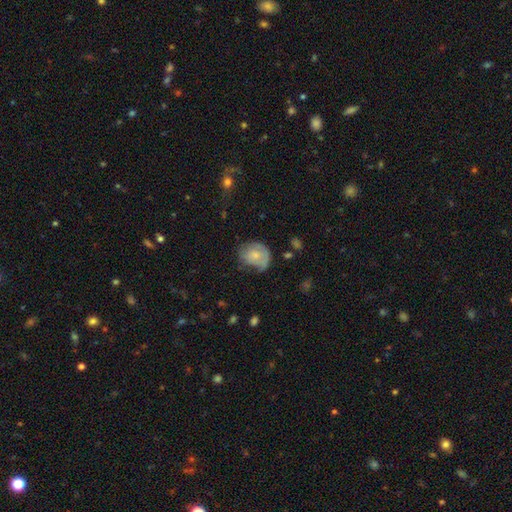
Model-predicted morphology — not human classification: smooth 61%, featured or disk 32%, star or artifact 7%. Down the decision tree: how rounded — round (56%); merging — none (43%).